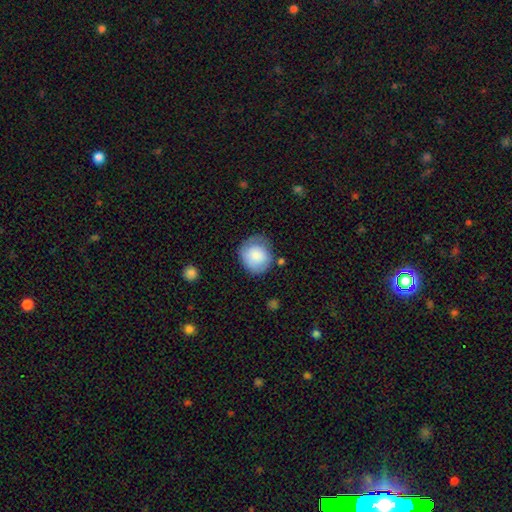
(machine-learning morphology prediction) A smooth galaxy with no disk features (76%) that is round (80%). Merging: none (57%).